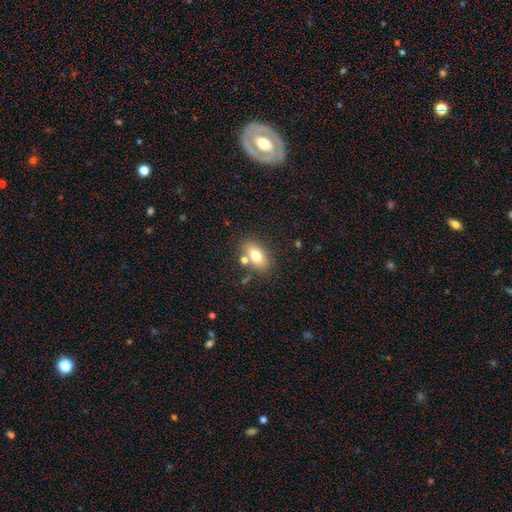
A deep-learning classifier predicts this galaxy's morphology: The model was most divided on "smooth or featured": smooth: 73%, featured or disk: 17%, star or artifact: 9%. More confident: how rounded — in between (86%); merging — none (71%).